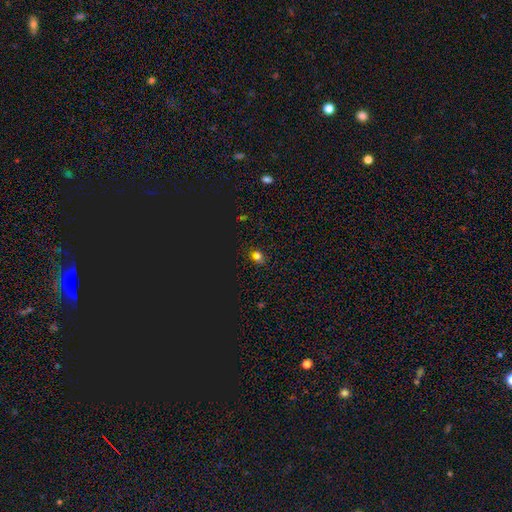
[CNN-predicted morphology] Q: Smooth or featured?
A: smooth (67%); runner-up: star or artifact (25%)
Q: How rounded?
A: in between (52%); runner-up: round (46%)
Q: Merging?
A: none (87%); runner-up: minor disturbance (10%)